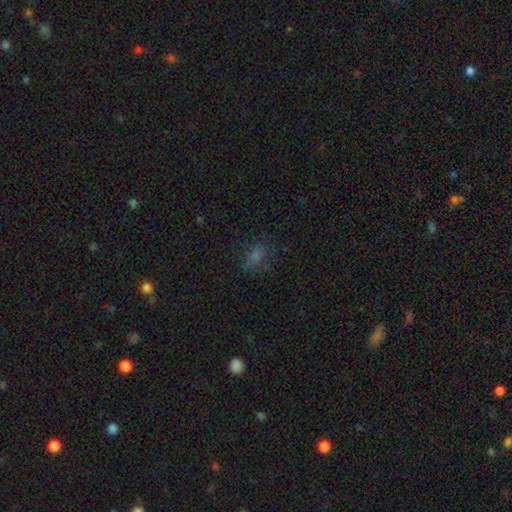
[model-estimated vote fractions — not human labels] A smooth galaxy with no disk features (69%) that is in between round and cigar-shaped (78%). Merging: none (72%).